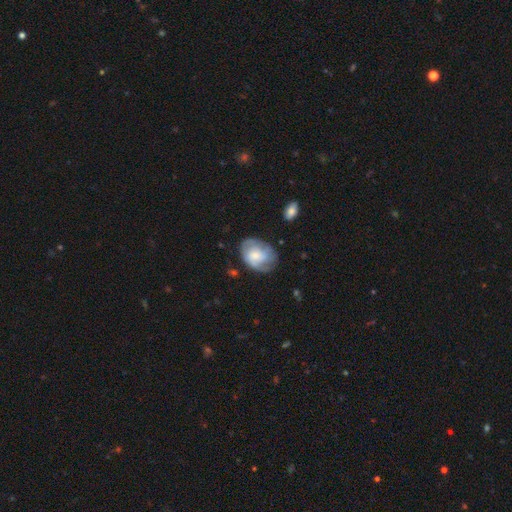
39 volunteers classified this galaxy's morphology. Volunteers were most divided on "smooth or featured": smooth: 51%, featured or disk: 44%, star or artifact: 5%. More confident: how rounded — in between (70%); merging — none (62%).